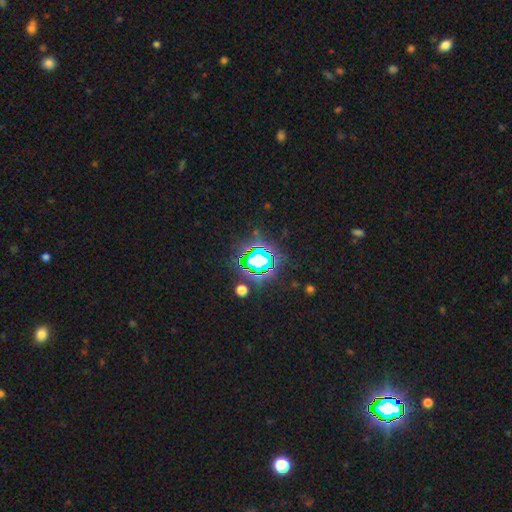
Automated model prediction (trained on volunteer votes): A star or artifact, not a galaxy (82%).